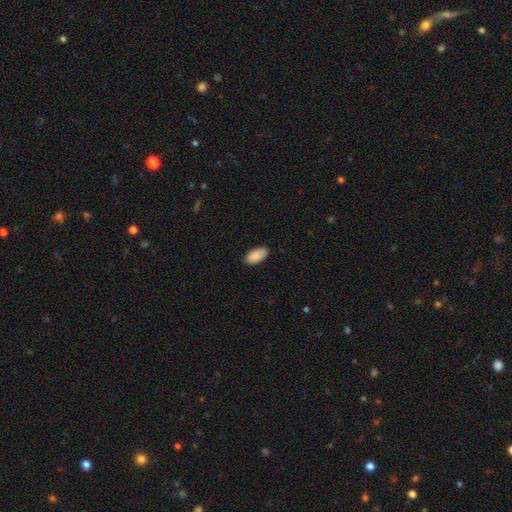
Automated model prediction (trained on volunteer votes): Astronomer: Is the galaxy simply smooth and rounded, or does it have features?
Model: smooth — 88%.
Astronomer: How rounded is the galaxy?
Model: in between — 95%.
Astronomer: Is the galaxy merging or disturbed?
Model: none — 83%.